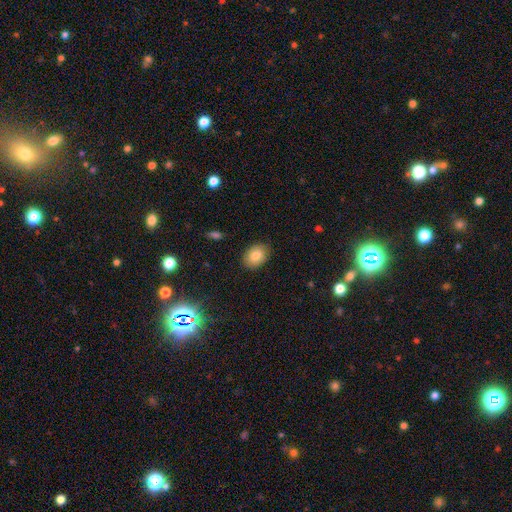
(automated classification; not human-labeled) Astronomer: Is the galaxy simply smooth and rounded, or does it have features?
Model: smooth — 82%.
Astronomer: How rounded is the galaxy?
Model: in between — 74%.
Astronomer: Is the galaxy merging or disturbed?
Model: none — 87%.